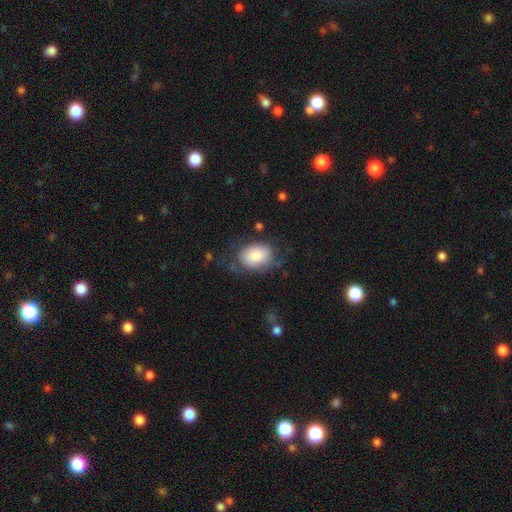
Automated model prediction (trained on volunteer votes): smooth-or-featured: smooth: 81% | featured or disk: 12% | star or artifact: 7%
  how-rounded: in between: 78% | round: 21% | cigar-shaped: 1%
  merging: none: 61% | minor disturbance: 23% | major disturbance: 13% | merger: 2%